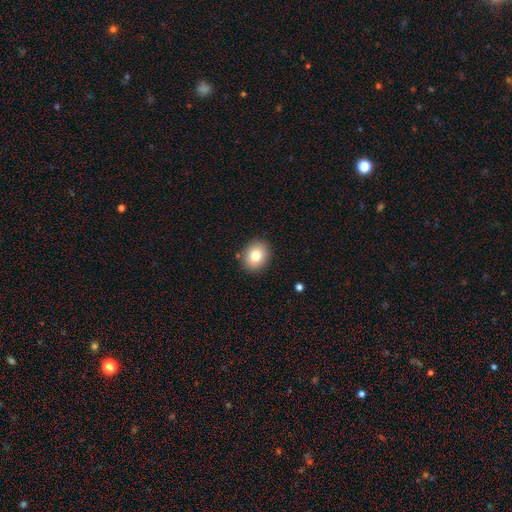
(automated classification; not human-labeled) Overall: smooth (80%). How rounded: round (56%; in between 43%). Merging: none (88%).